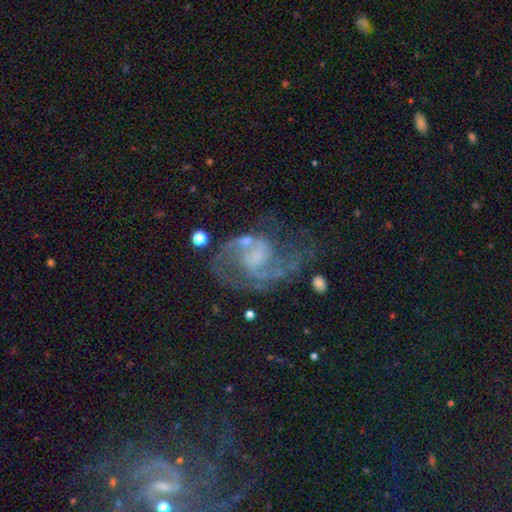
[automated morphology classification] Smooth or featured? featured or disk (82%)
Edge-on disk? no (98%)
Bar? no (45%, tied with weak)
Spiral arms? yes (90%)
Spiral winding? medium (53%)
Spiral arm count? 2 (69%)
Bulge size? none (37%)
Merging? none (48%)